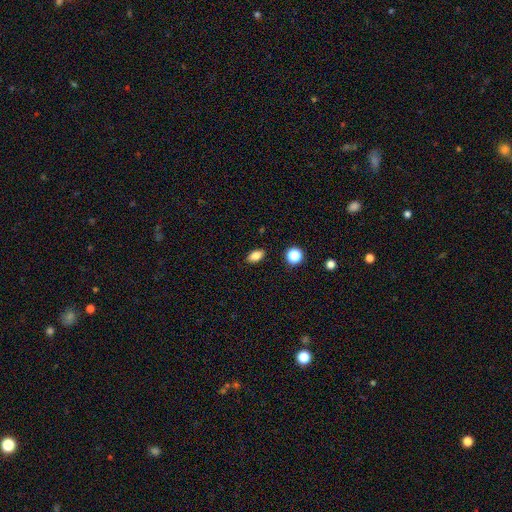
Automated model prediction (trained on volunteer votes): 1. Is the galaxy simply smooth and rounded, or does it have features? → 84% smooth, 10% star or artifact, 6% featured or disk.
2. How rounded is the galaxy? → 86% in between, 11% round, 4% cigar-shaped.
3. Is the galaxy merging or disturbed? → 87% none, 9% minor disturbance, 2% major disturbance, 2% merger.